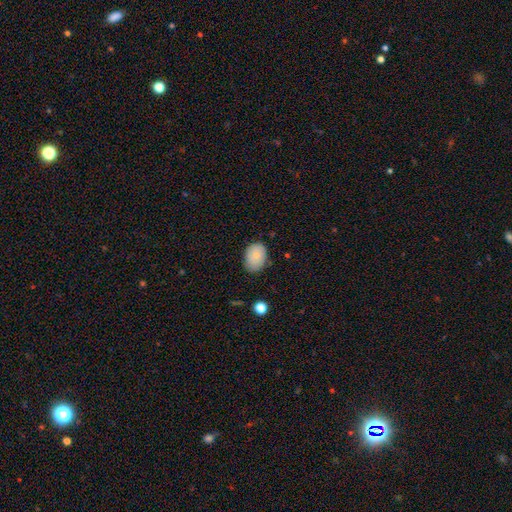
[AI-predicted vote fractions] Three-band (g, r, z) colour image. It shows a smooth galaxy with no disk features (82%) that is in between round and cigar-shaped (77%). Merging: none (74%).